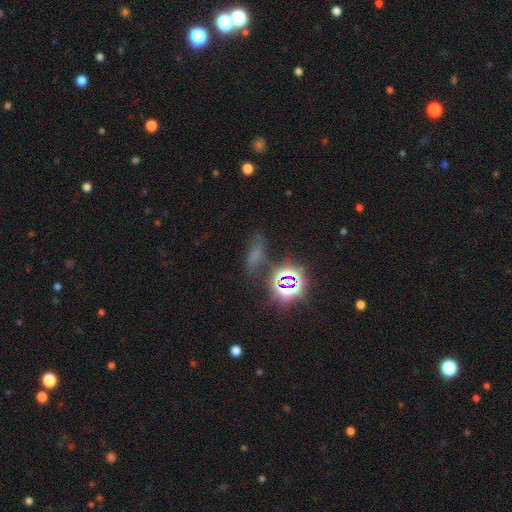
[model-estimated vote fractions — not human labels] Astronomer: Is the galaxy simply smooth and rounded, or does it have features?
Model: star or artifact — 43% (runner-up: smooth, 42%).